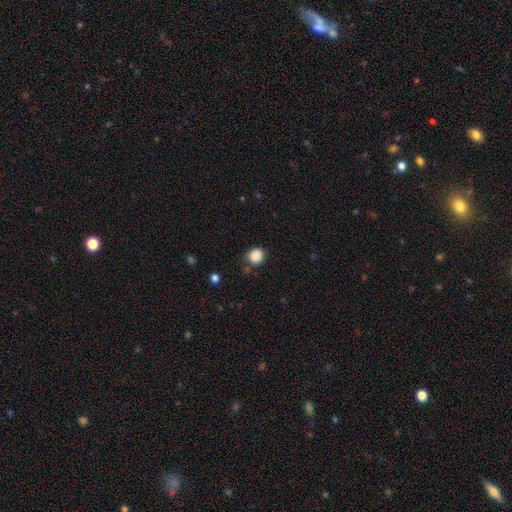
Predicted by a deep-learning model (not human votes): Q: Smooth or featured?
A: smooth (87%); runner-up: star or artifact (10%)
Q: How rounded?
A: round (86%); runner-up: in between (13%)
Q: Merging?
A: none (78%); runner-up: minor disturbance (15%)